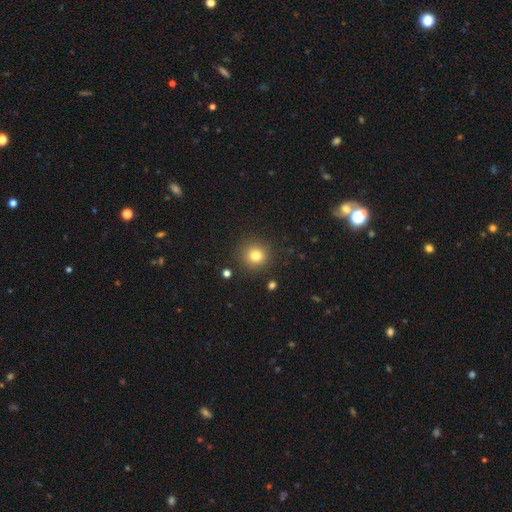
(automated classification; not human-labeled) Smooth or featured? Predicted: smooth (p=0.81). How rounded? Predicted: round (p=0.92). Merging? Predicted: none (p=0.88).